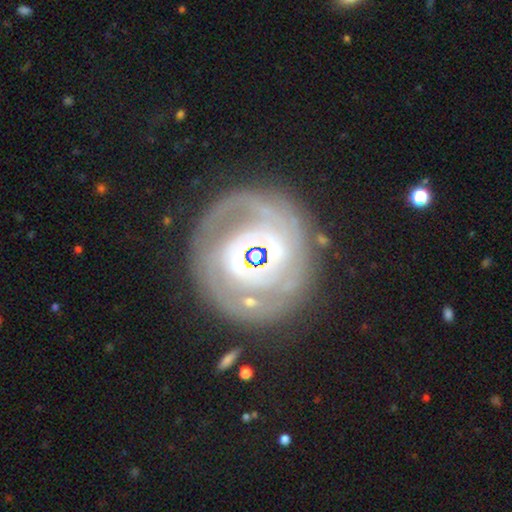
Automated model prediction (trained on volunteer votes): smooth-or-featured: featured or disk: 78% | smooth: 15% | star or artifact: 7%
  disk-edge-on: no: 97% | yes: 3%
    bar: no: 58% | weak: 27% | strong: 14%
    has-spiral-arms: yes: 76% | no: 24%
      spiral-winding: tight: 71% | medium: 20% | loose: 9%
      spiral-arm-count: can't tell: 36% | 2: 29% | 1: 14% | 3: 10% | 4: 6% | more than 4: 6%
    bulge-size: moderate: 46% | large: 27% | small: 19% | dominant: 5% | none: 4%
  merging: none: 70% | minor disturbance: 16% | major disturbance: 11% | merger: 3%